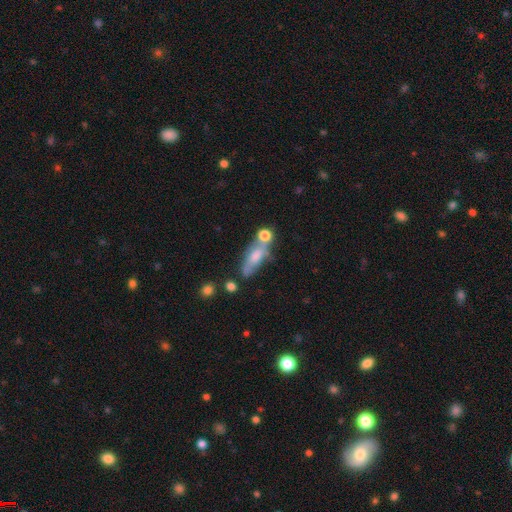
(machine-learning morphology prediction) A smooth galaxy with no disk features (54%) that is in between round and cigar-shaped (53%).

Vote fractions:
- Smooth or featured? smooth: 54% / featured or disk: 36% / star or artifact: 10%
- How rounded? in between: 53% / cigar-shaped: 40% / round: 6%
- Merging? none: 45% / merger: 25% / minor disturbance: 19% / major disturbance: 10%